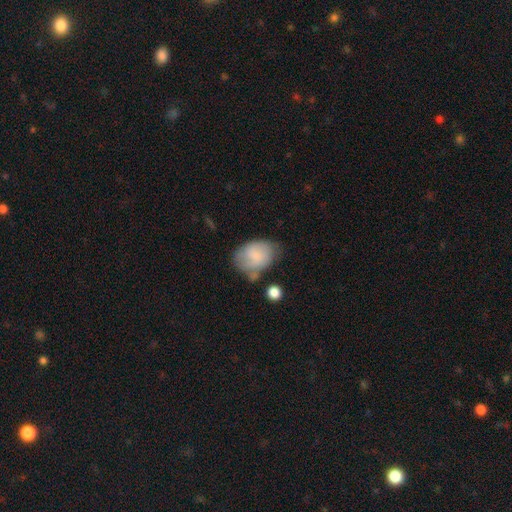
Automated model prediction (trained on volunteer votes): The model was most divided on "merging": none: 45%, minor disturbance: 32%, major disturbance: 12%, merger: 10%. More confident: smooth or featured — smooth (74%); how rounded — in between (72%).